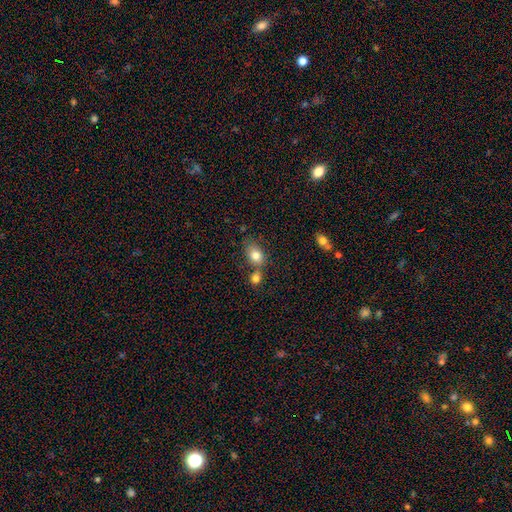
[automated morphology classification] The model was most divided on "merging": none: 46%, merger: 35%, minor disturbance: 14%, major disturbance: 5%. More confident: smooth or featured — smooth (81%); how rounded — in between (70%).